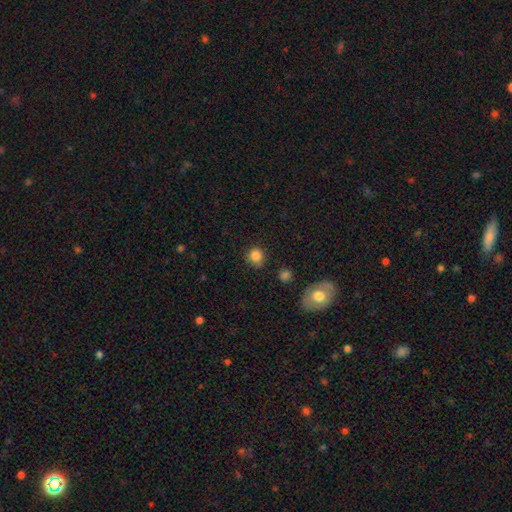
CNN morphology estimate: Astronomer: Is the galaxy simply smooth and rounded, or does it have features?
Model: smooth — 84%.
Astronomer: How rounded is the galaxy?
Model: round — 85%.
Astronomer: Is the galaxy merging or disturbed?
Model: none — 82%.